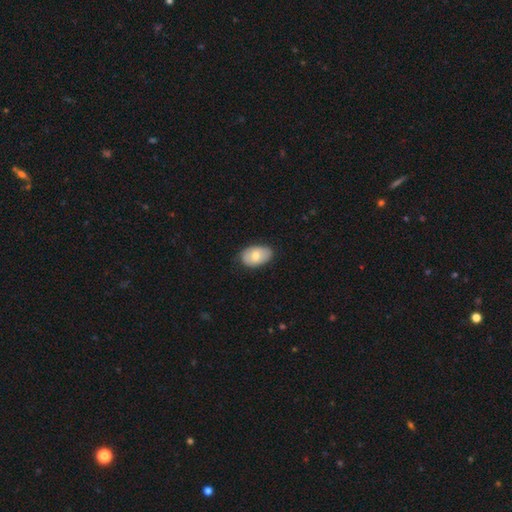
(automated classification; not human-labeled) Overall: smooth (71%). How rounded: in between (90%). Merging: none (78%).